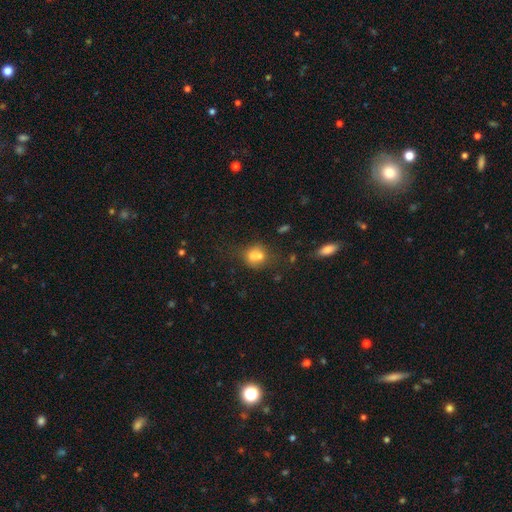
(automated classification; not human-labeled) Smooth or featured? Predicted: smooth (p=0.71). How rounded? Predicted: round (p=0.66). Merging? Predicted: merger (p=0.44).